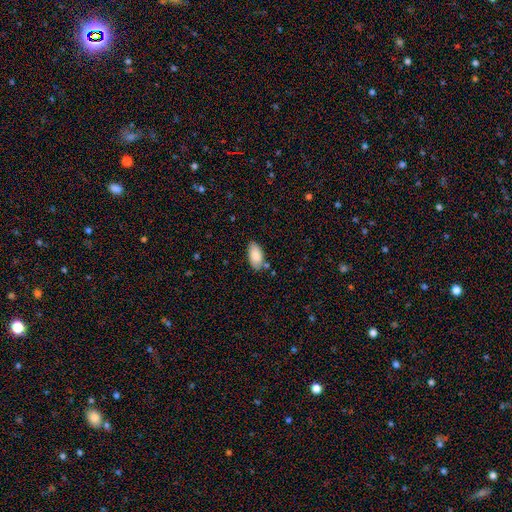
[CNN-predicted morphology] Overall: smooth (86%). How rounded: in between (94%). Merging: none (76%).